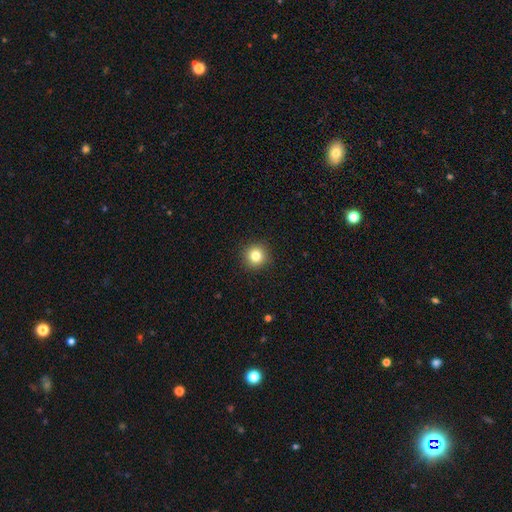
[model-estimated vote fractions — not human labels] The model was most divided on "smooth or featured": smooth: 82%, star or artifact: 12%, featured or disk: 7%. More confident: how rounded — round (94%); merging — none (92%).